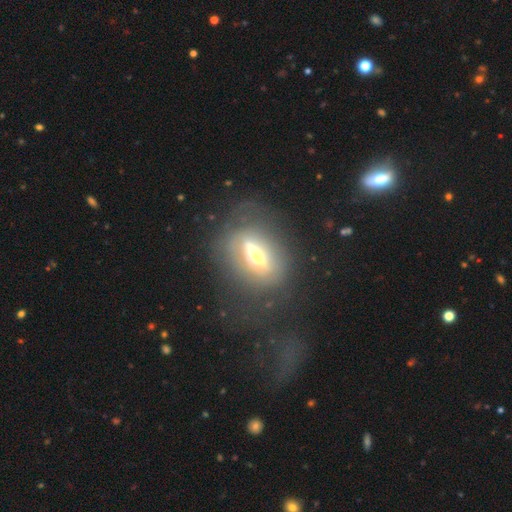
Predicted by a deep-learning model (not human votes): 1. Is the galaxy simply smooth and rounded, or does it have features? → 61% featured or disk, 29% smooth, 10% star or artifact.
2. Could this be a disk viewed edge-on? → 58% no, 42% yes.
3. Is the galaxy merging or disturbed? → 55% none, 24% major disturbance, 18% minor disturbance, 4% merger.